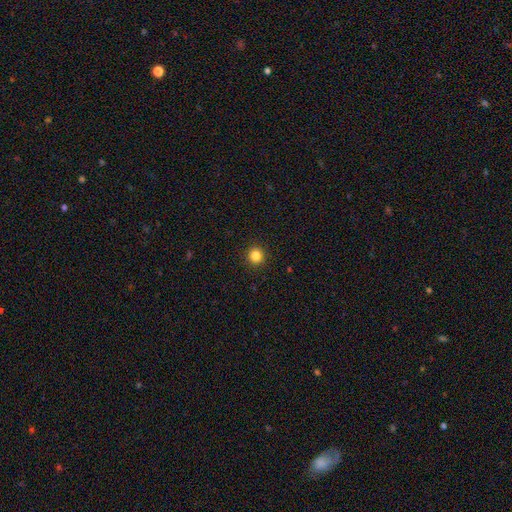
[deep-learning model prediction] Overall: smooth (84%). How rounded: round (95%). Merging: none (93%).